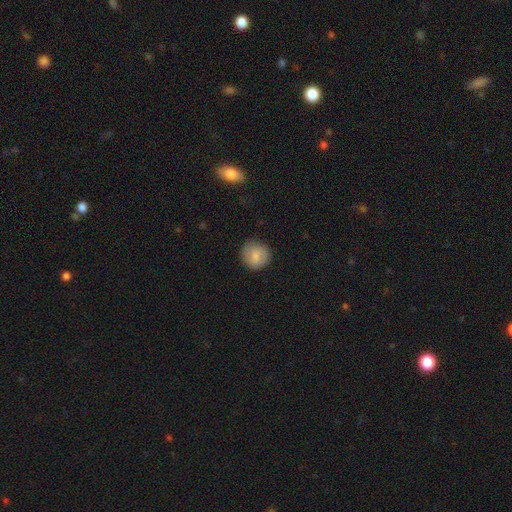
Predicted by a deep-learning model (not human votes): Q: Smooth or featured?
A: smooth (81%); runner-up: featured or disk (11%)
Q: How rounded?
A: round (91%); runner-up: in between (8%)
Q: Merging?
A: none (85%); runner-up: minor disturbance (11%)